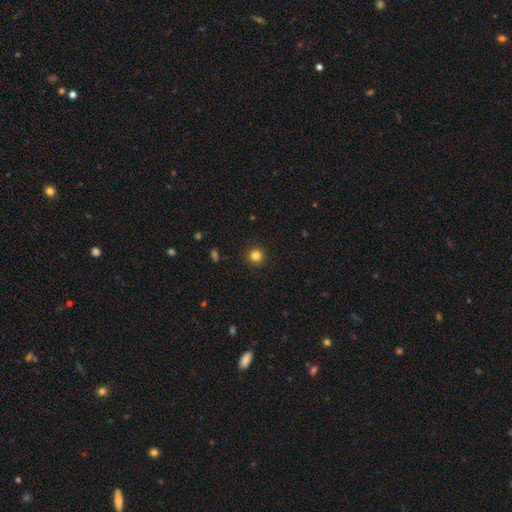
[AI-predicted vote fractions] Smooth or featured?
  - smooth: 83% *
  - star or artifact: 12%
  - featured or disk: 5%
How rounded?
  - round: 95% *
  - in between: 4%
  - cigar-shaped: 1%
Merging?
  - none: 92% *
  - minor disturbance: 5%
  - major disturbance: 2%
  - merger: 1%